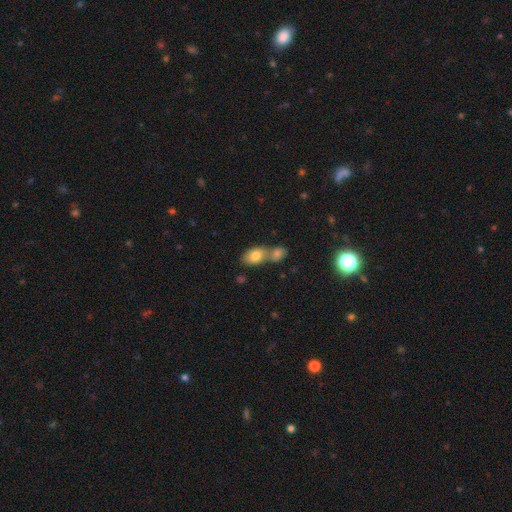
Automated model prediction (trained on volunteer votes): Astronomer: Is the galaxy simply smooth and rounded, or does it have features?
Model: smooth — 80%.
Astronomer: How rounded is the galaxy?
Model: in between — 87%.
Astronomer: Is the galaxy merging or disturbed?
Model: merger — 58%.